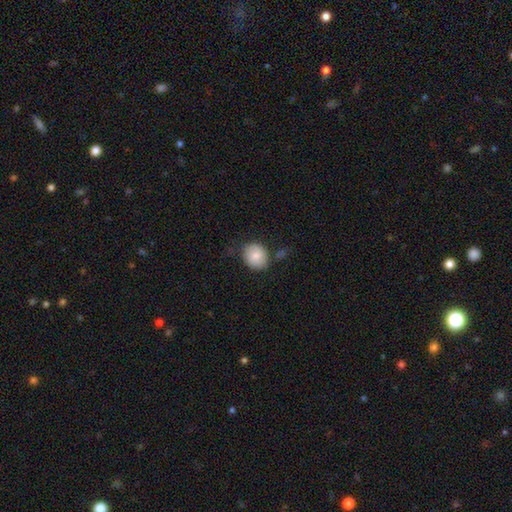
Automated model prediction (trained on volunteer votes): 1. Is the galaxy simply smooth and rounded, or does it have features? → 84% smooth, 8% featured or disk, 7% star or artifact.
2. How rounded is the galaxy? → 69% round, 30% in between, 1% cigar-shaped.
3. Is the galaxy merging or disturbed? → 75% none, 16% minor disturbance, 5% merger, 4% major disturbance.